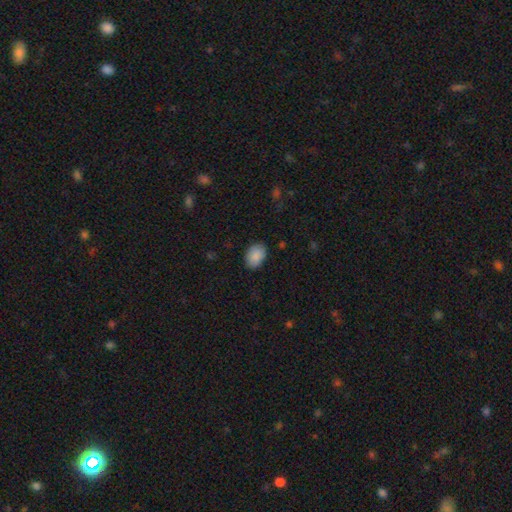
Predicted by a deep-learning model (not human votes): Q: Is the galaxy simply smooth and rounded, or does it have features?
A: smooth — 89%.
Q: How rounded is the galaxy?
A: in between — 80%.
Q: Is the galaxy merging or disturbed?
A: none — 85%.